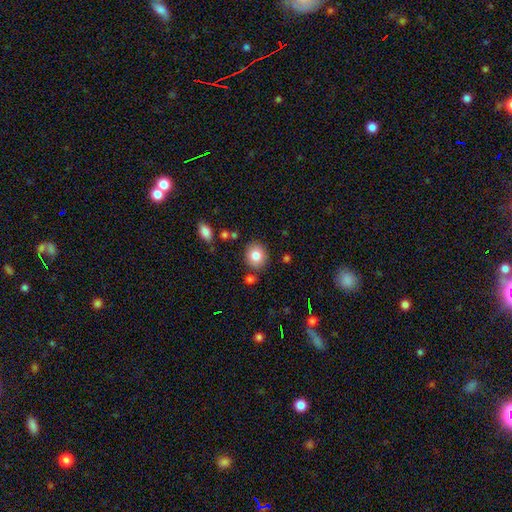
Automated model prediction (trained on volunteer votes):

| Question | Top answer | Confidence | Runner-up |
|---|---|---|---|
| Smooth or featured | smooth | 82% | star or artifact (9%) |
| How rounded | round | 69% | in between (30%) |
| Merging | none | 81% | minor disturbance (10%) |